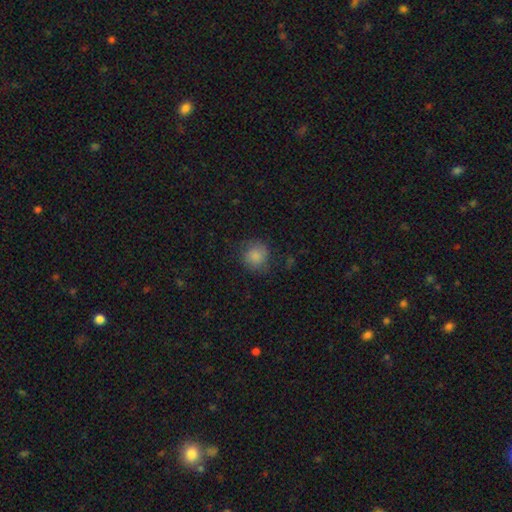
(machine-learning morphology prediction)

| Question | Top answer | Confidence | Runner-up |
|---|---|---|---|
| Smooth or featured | smooth | 85% | star or artifact (9%) |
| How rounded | round | 89% | in between (10%) |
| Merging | none | 76% | minor disturbance (17%) |